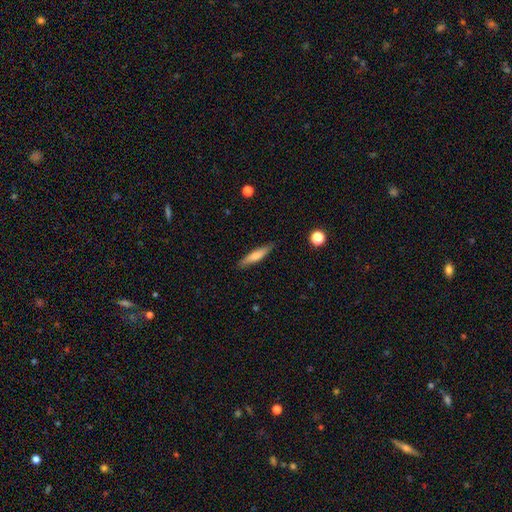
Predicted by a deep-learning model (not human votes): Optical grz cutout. It shows a smooth galaxy with no disk features (68%) that is cigar-shaped (83%). Merging: none (87%).